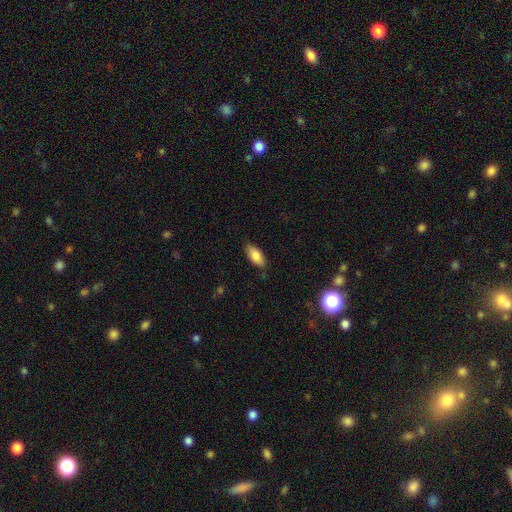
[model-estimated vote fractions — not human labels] This appears to be a smooth galaxy with no disk features (83%) that is in between round and cigar-shaped (88%). Merging: none (84%).